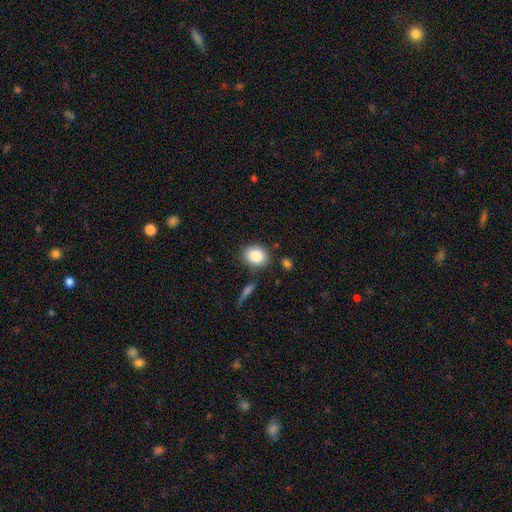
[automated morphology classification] Q: Smooth or featured?
A: smooth (86%); runner-up: star or artifact (8%)
Q: How rounded?
A: round (53%); runner-up: in between (45%)
Q: Merging?
A: none (78%); runner-up: minor disturbance (12%)